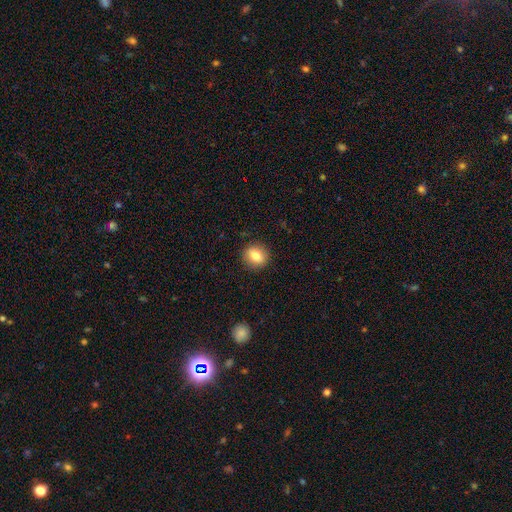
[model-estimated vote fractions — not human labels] The model was most divided on "how rounded": round: 69%, in between: 30%, cigar-shaped: 1%. More confident: merging — none (88%); smooth or featured — smooth (79%).